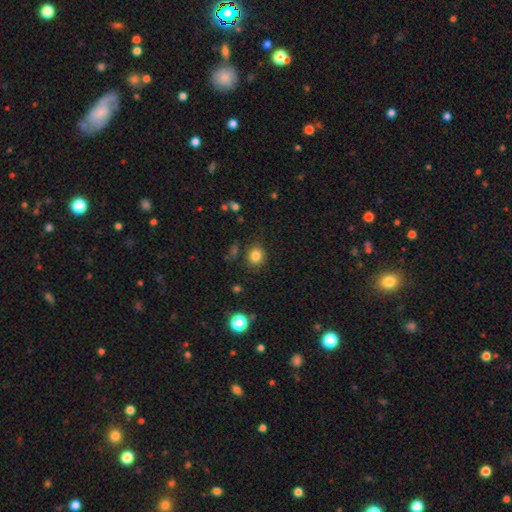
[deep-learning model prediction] Smooth or featured? smooth (82%)
How rounded? round (80%)
Merging? none (85%)